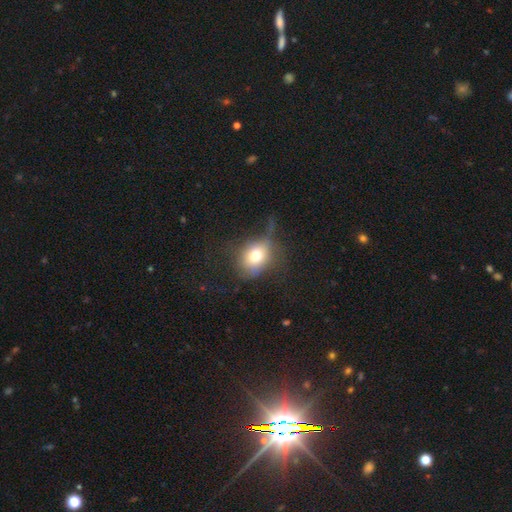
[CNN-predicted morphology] smooth 69%, featured or disk 19%, star or artifact 12%. Down the decision tree: how rounded — round (51%); merging — none (47%).